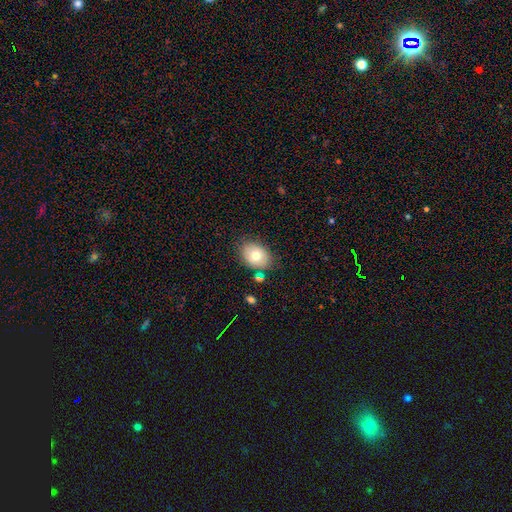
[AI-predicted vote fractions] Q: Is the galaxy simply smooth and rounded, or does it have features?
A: smooth — 74%.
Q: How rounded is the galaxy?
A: in between — 65%.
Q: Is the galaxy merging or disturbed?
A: none — 78%.